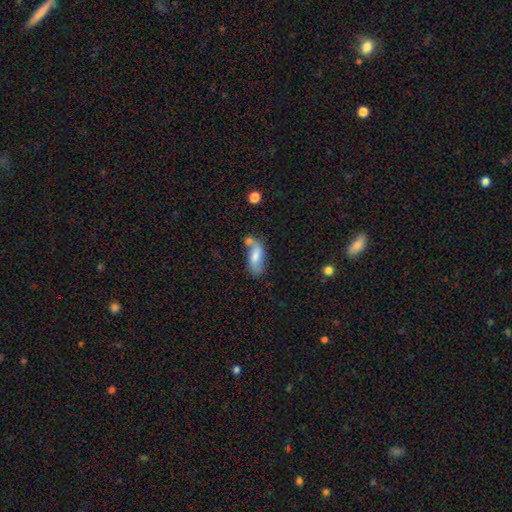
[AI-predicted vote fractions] smooth_or_featured: smooth (p=0.58) [alt: featured or disk p=0.34]
how_rounded: in between (p=0.80) [alt: cigar-shaped p=0.17]
merging: none (p=0.43) [alt: merger p=0.27]